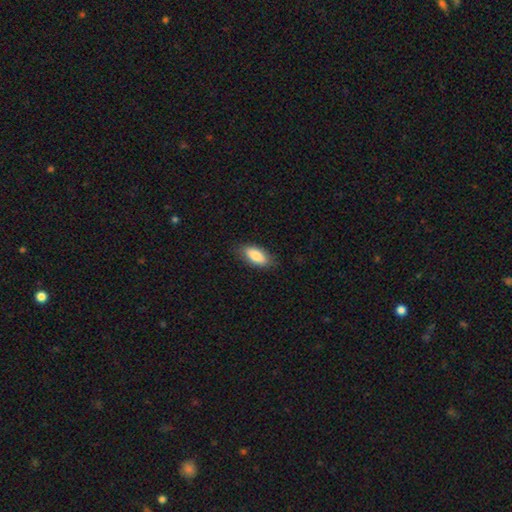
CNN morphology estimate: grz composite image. It shows a smooth galaxy with no disk features (84%) that is in between round and cigar-shaped (87%). Merging: none (82%).